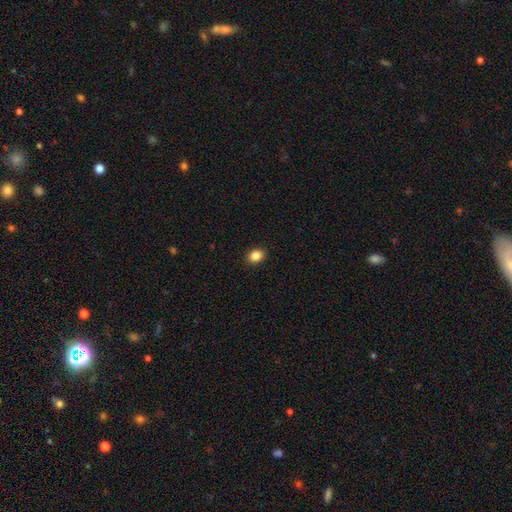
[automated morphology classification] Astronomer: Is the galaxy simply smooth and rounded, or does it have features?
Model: smooth — 86%.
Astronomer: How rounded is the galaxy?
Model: in between — 55% (runner-up: round, 44%).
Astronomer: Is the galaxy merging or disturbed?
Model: none — 91%.